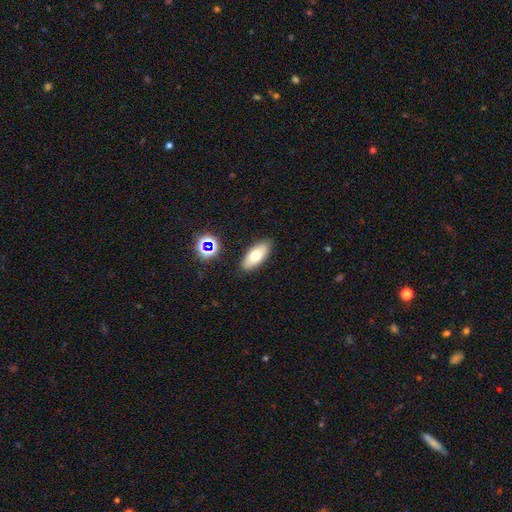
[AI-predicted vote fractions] Overall: smooth (69%). How rounded: in between (86%). Merging: none (88%).